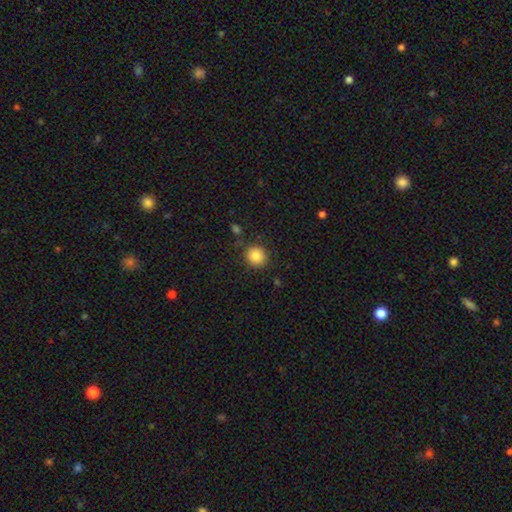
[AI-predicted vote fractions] This is clearly a smooth galaxy (85%). How rounded: clearly round (89%). Merging: clearly none (84%).